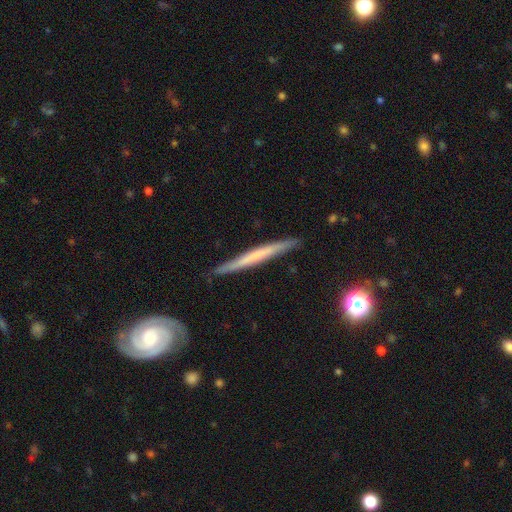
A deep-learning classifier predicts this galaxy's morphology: smooth-or-featured: featured or disk: 53% | smooth: 41% | star or artifact: 6%
  disk-edge-on: yes: 93% | no: 7%
  merging: none: 88% | minor disturbance: 9% | major disturbance: 2% | merger: 1%